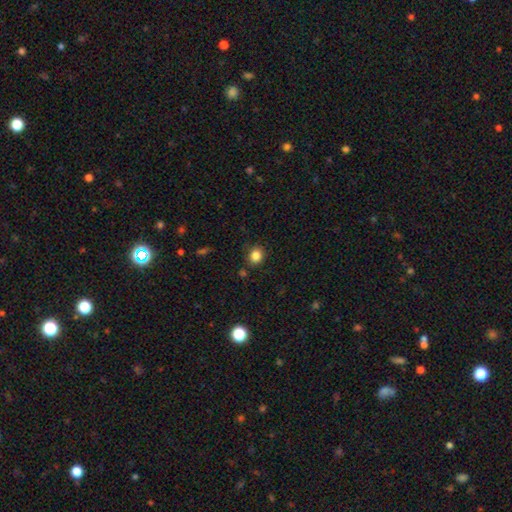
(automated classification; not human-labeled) Smooth or featured?
  - smooth: 84% *
  - star or artifact: 11%
  - featured or disk: 5%
How rounded?
  - round: 68% *
  - in between: 31%
  - cigar-shaped: 1%
Merging?
  - none: 85% *
  - minor disturbance: 10%
  - major disturbance: 3%
  - merger: 3%